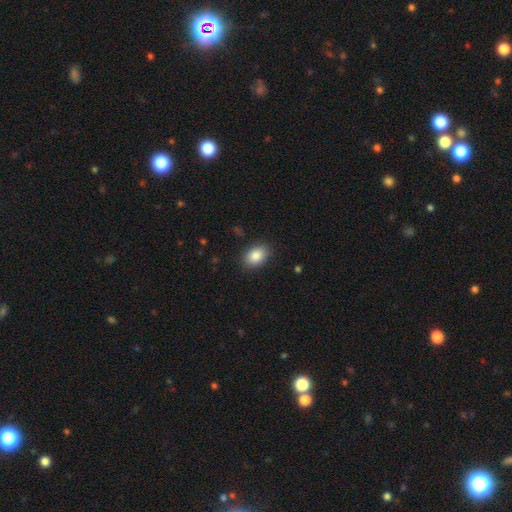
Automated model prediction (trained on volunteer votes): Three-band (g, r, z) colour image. It shows a smooth galaxy with no disk features (87%) that is in between round and cigar-shaped (84%). Merging: none (87%).